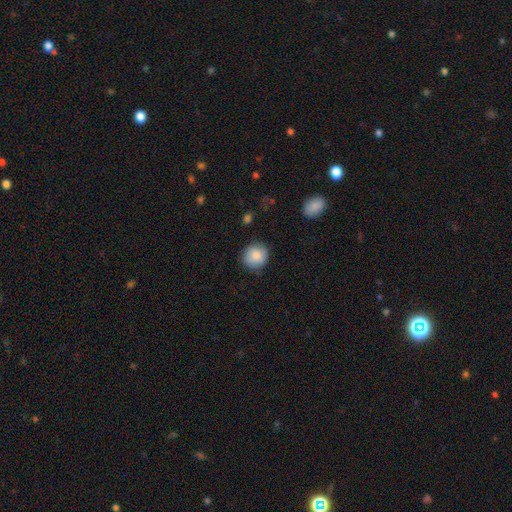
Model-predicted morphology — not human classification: A smooth galaxy with no disk features (85%) that is round (91%).

Vote fractions:
- Smooth or featured? smooth: 85% / featured or disk: 8% / star or artifact: 7%
- How rounded? round: 91% / in between: 8% / cigar-shaped: 1%
- Merging? none: 82% / minor disturbance: 13% / major disturbance: 3% / merger: 1%